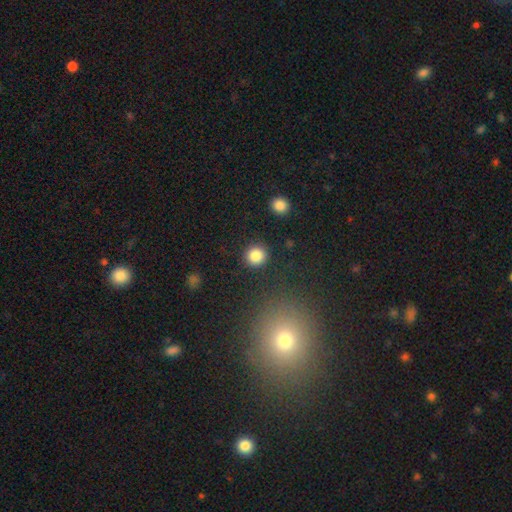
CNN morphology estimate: A smooth galaxy with no disk features (85%) that is round (91%).

Vote fractions:
- Smooth or featured? smooth: 85% / star or artifact: 10% / featured or disk: 5%
- How rounded? round: 91% / in between: 8% / cigar-shaped: 1%
- Merging? none: 90% / minor disturbance: 6% / major disturbance: 2% / merger: 2%